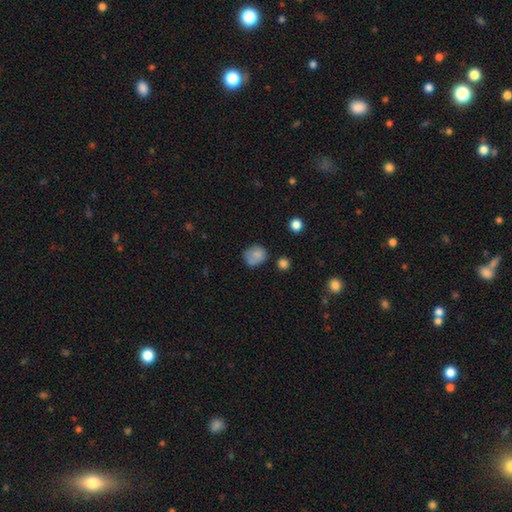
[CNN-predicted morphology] Smooth or featured? smooth (78%)
How rounded? round (66%)
Merging? none (57%)